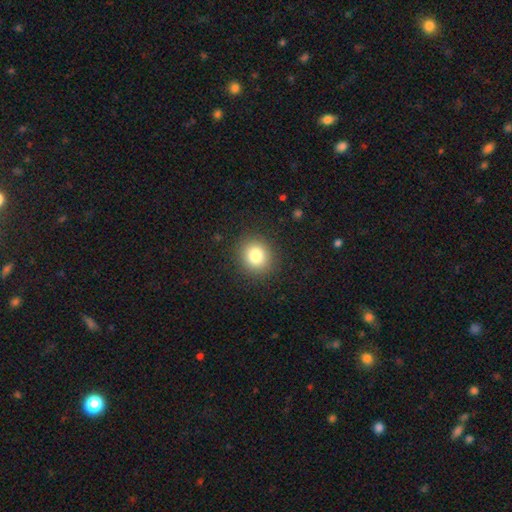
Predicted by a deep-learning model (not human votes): Smooth or featured? Predicted: smooth (p=0.82). How rounded? Predicted: round (p=0.83). Merging? Predicted: none (p=0.90).